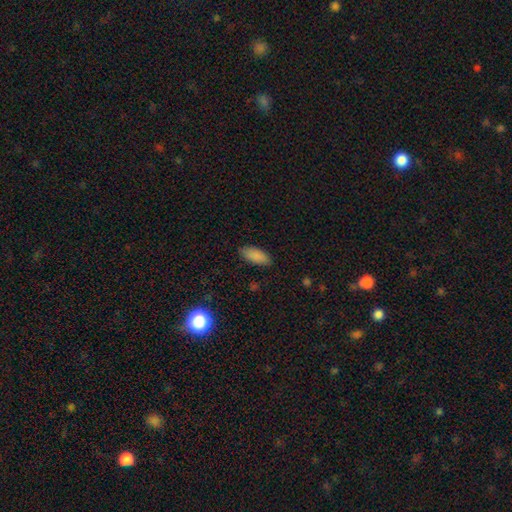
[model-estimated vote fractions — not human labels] Smooth or featured: smooth — 87% (star or artifact — 8%)
How rounded: in between — 86% (cigar-shaped — 12%)
Merging: none — 85% (minor disturbance — 12%)